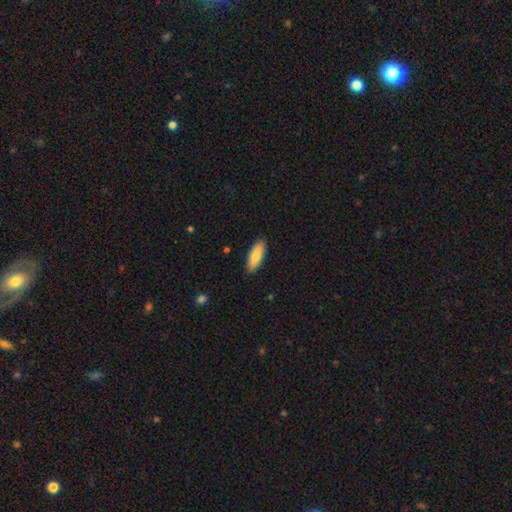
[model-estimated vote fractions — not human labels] Smooth or featured?
  - smooth: 83% *
  - featured or disk: 11%
  - star or artifact: 6%
How rounded?
  - in between: 69% *
  - cigar-shaped: 30%
  - round: 2%
Merging?
  - none: 89% *
  - minor disturbance: 9%
  - major disturbance: 2%
  - merger: 1%